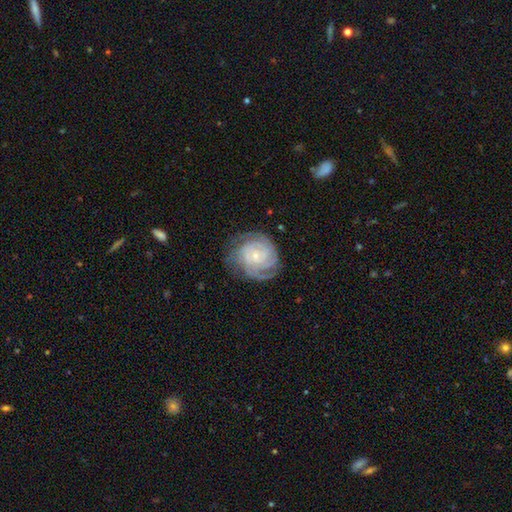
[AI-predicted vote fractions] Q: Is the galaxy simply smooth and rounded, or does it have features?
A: featured or disk — 85%.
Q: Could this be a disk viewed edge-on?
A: no — 98%.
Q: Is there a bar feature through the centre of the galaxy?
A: no — 70%.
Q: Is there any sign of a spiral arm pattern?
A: yes — 97%.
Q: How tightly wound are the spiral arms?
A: tight — 78%.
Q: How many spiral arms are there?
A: can't tell — 26%.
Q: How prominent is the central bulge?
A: small — 78%.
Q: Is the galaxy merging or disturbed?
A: none — 74%.